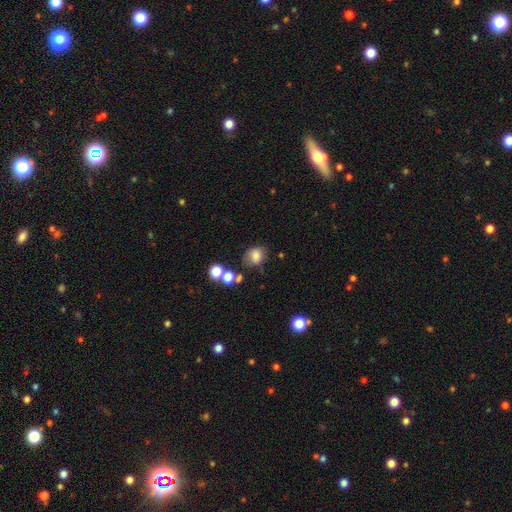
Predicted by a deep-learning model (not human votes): Smooth or featured?
  - smooth: 75% *
  - star or artifact: 13%
  - featured or disk: 12%
How rounded?
  - round: 54% *
  - in between: 45%
  - cigar-shaped: 1%
Merging?
  - none: 58% *
  - minor disturbance: 23%
  - major disturbance: 10%
  - merger: 9%